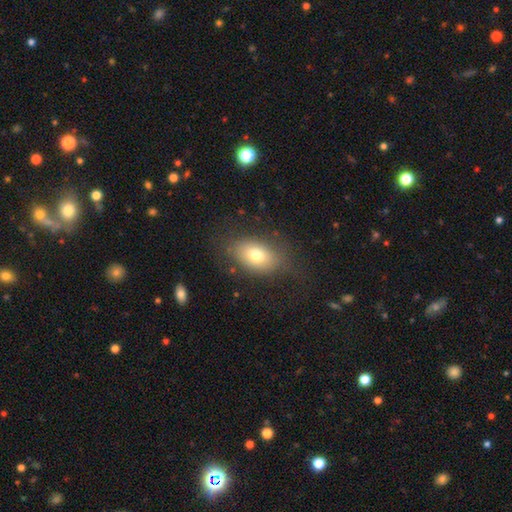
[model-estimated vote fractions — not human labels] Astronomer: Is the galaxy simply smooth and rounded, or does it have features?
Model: smooth — 75%.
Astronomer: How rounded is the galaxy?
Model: in between — 84%.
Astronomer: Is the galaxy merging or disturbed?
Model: none — 74%.